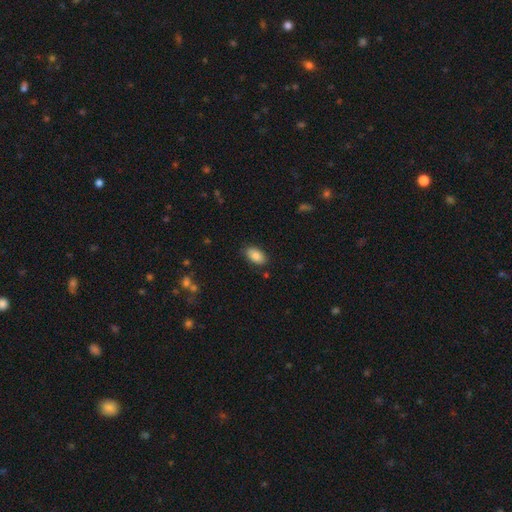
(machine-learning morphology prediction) Q: Smooth or featured?
A: smooth (86%); runner-up: star or artifact (7%)
Q: How rounded?
A: in between (94%); runner-up: round (4%)
Q: Merging?
A: none (84%); runner-up: minor disturbance (12%)